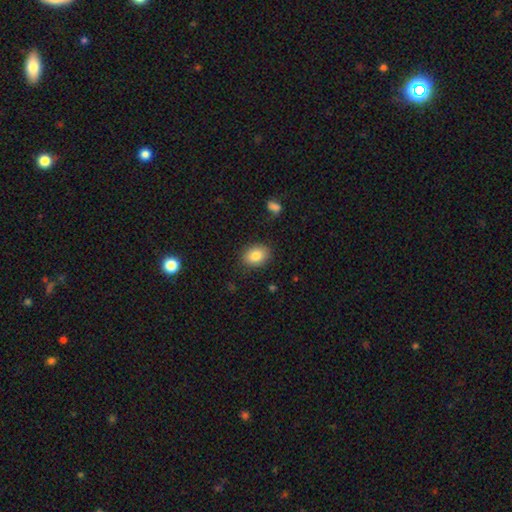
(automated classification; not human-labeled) smooth_or_featured: smooth (p=0.83) [alt: star or artifact p=0.08]
how_rounded: in between (p=0.68) [alt: round p=0.31]
merging: none (p=0.86) [alt: minor disturbance p=0.10]